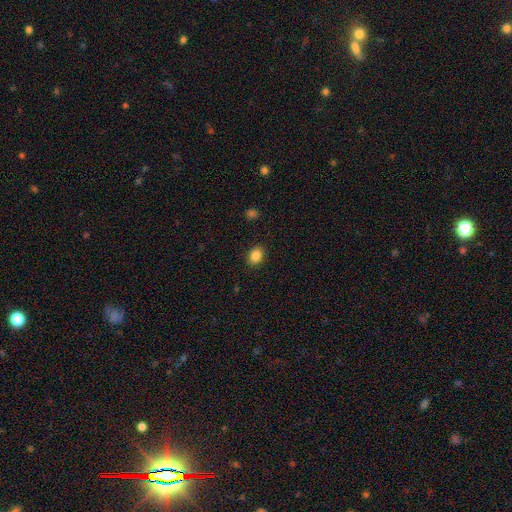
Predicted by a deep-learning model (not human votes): A smooth galaxy with no disk features (86%) that is in between round and cigar-shaped (55%). Merging: none (89%).